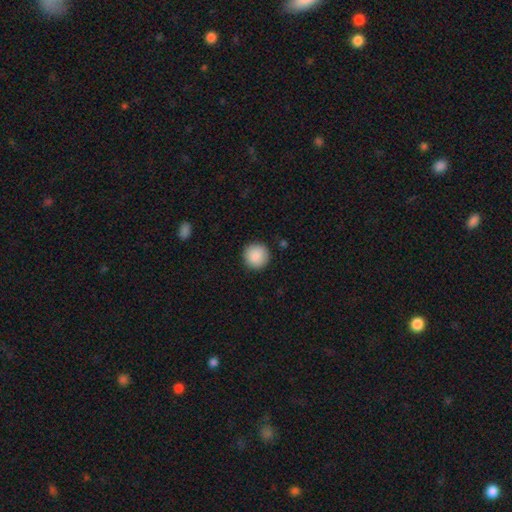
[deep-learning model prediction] smooth-or-featured: smooth: 89% | star or artifact: 8% | featured or disk: 3%
  how-rounded: round: 96% | in between: 3% | cigar-shaped: 1%
  merging: none: 92% | minor disturbance: 6% | major disturbance: 2% | merger: 1%